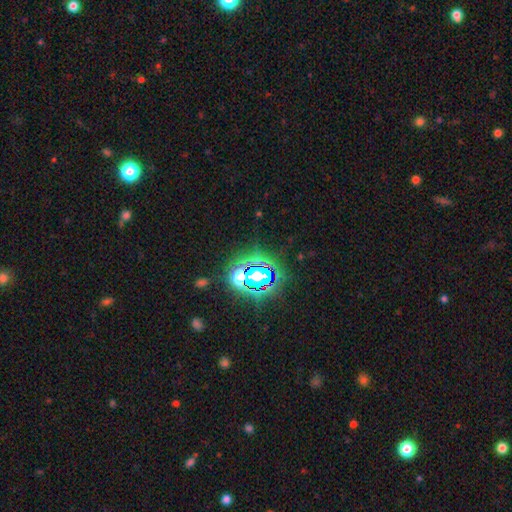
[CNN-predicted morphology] Smooth or featured?
  - star or artifact: 77% *
  - smooth: 14%
  - featured or disk: 9%